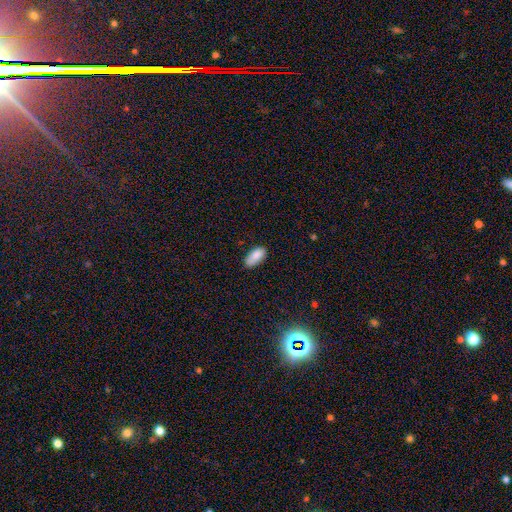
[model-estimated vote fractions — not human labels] This is clearly a smooth galaxy (87%). How rounded: clearly in between (89%). Merging: likely none (78%).